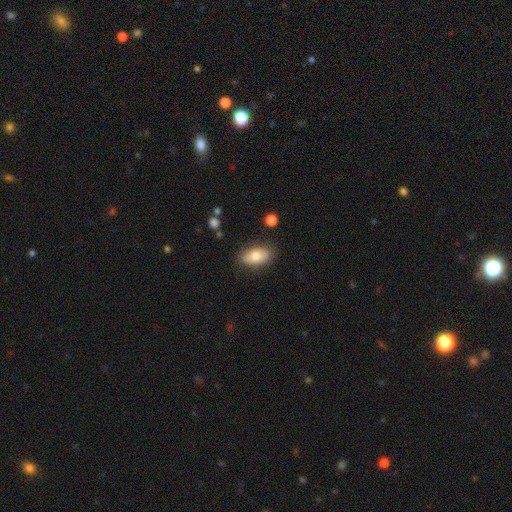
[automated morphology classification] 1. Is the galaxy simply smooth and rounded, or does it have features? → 75% smooth, 18% featured or disk, 7% star or artifact.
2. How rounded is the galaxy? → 91% in between, 5% round, 3% cigar-shaped.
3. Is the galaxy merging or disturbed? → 82% none, 14% minor disturbance, 3% major disturbance, 2% merger.